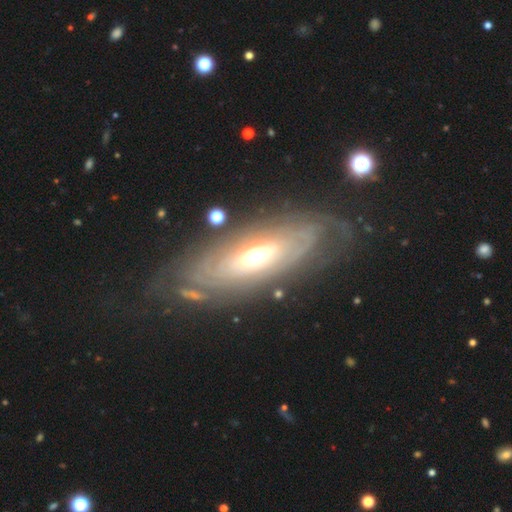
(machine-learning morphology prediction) This is clearly a featured or disk galaxy (83%). It is clearly not viewed edge-on (82%). Bar: likely no (65%). Spiral arm pattern: likely yes (77%). Spiral arm count: likely can't tell (62%). Spiral winding: likely tight (76%). Central bulge: likely moderate (64%). Merging: likely none (73%).